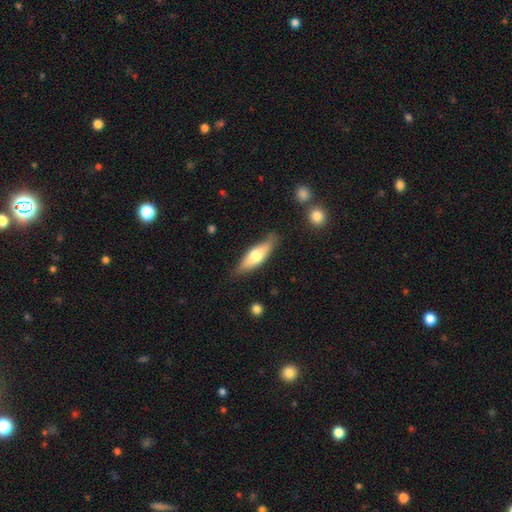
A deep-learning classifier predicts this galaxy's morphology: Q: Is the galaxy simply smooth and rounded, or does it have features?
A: smooth — 60%.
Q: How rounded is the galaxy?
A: in between — 50%.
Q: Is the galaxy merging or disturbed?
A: none — 80%.